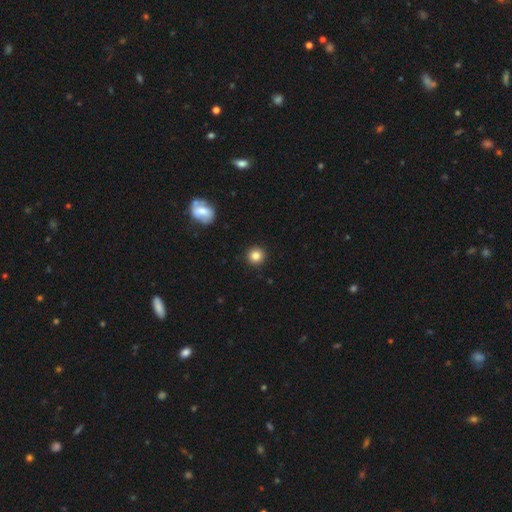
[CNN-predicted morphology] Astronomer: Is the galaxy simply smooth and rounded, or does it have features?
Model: smooth — 84%.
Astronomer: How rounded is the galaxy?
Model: round — 93%.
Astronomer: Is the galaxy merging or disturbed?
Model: none — 92%.